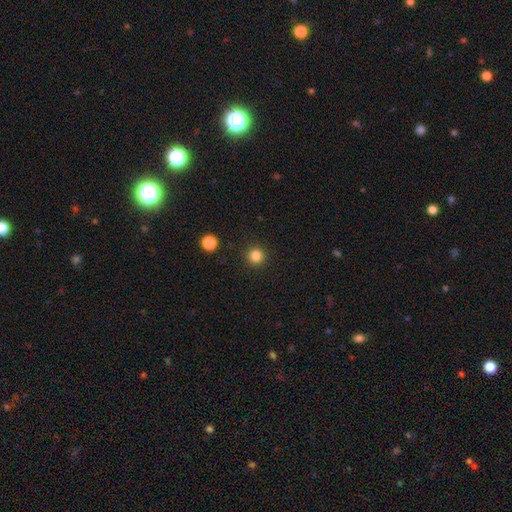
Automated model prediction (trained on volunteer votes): smooth_or_featured: smooth (p=0.84) [alt: star or artifact p=0.13]
how_rounded: round (p=0.93) [alt: in between p=0.06]
merging: none (p=0.90) [alt: minor disturbance p=0.06]